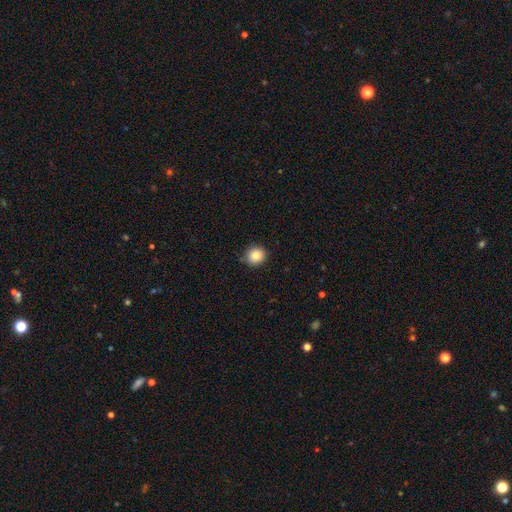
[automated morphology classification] smooth_or_featured: smooth (p=0.86) [alt: star or artifact p=0.09]
how_rounded: round (p=0.86) [alt: in between p=0.13]
merging: none (p=0.88) [alt: minor disturbance p=0.09]